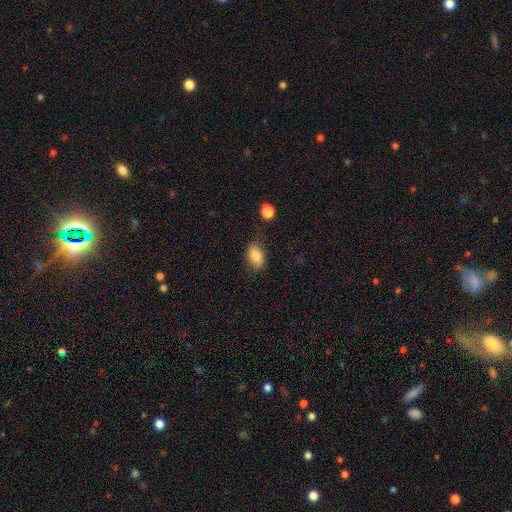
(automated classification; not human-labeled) Smooth or featured: smooth — 79% (featured or disk — 13%)
How rounded: in between — 87% (round — 11%)
Merging: none — 78% (minor disturbance — 16%)